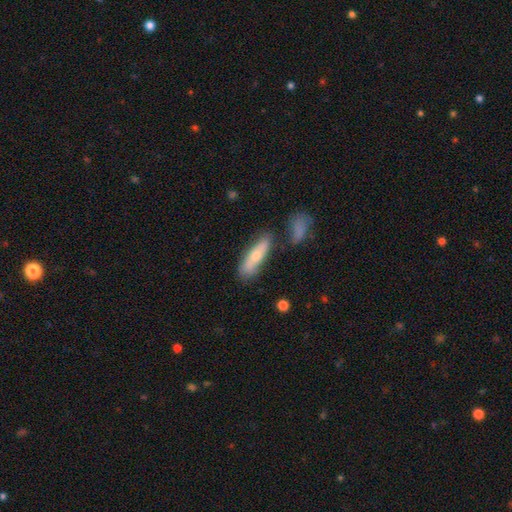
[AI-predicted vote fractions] This appears to be a smooth galaxy with no disk features (65%) that is cigar-shaped (63%). Merging: none (68%).